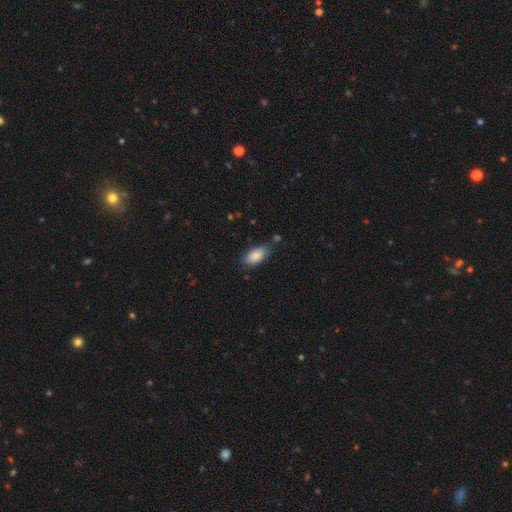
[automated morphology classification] A smooth galaxy with no disk features (87%) that is in between round and cigar-shaped (92%).

Vote fractions:
- Smooth or featured? smooth: 87% / star or artifact: 6% / featured or disk: 6%
- How rounded? in between: 92% / cigar-shaped: 5% / round: 3%
- Merging? none: 72% / minor disturbance: 20% / major disturbance: 4% / merger: 4%